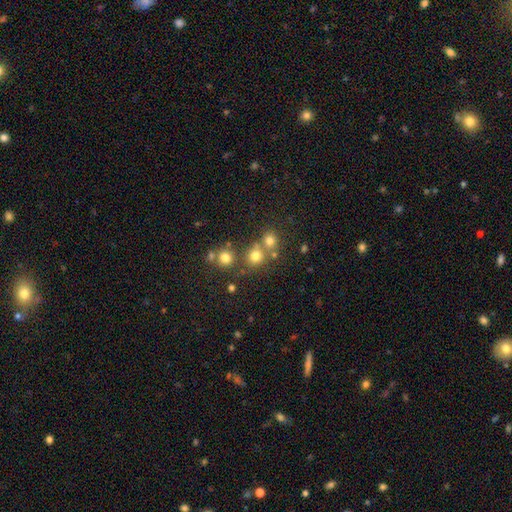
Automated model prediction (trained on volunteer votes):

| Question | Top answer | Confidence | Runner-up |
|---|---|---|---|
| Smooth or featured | smooth | 72% | star or artifact (18%) |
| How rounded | round | 86% | in between (13%) |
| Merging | none | 60% | merger (28%) |